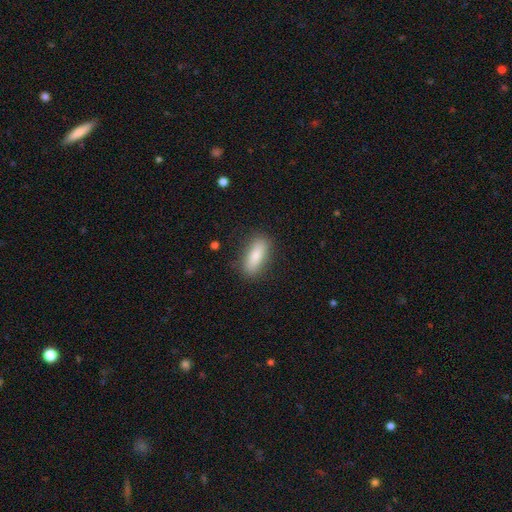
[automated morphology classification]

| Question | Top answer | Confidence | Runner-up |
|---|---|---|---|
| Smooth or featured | smooth | 82% | featured or disk (12%) |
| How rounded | in between | 70% | cigar-shaped (27%) |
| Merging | none | 85% | minor disturbance (11%) |